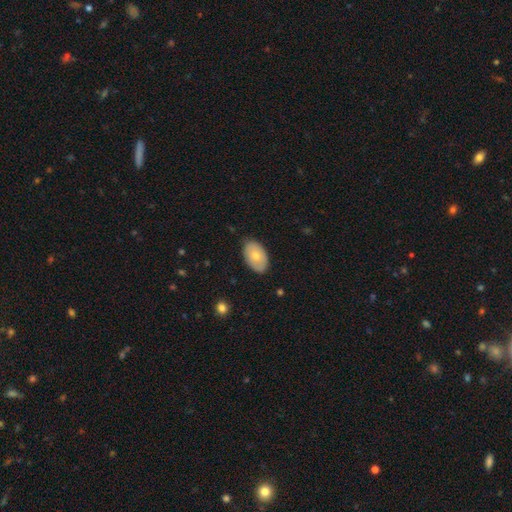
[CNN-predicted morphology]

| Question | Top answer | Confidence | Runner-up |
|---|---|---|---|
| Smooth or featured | smooth | 70% | featured or disk (24%) |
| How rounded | in between | 92% | round (7%) |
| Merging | none | 83% | minor disturbance (14%) |